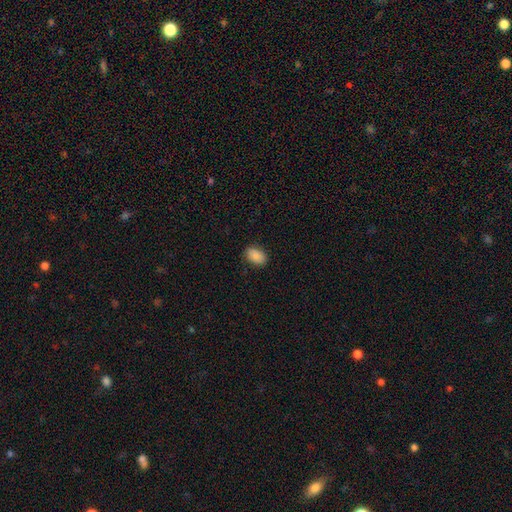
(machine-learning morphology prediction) Smooth or featured? Predicted: smooth (p=0.87). How rounded? Predicted: in between (p=0.88). Merging? Predicted: none (p=0.86).